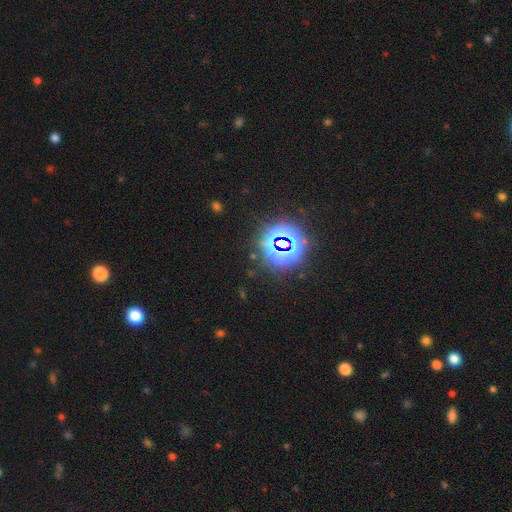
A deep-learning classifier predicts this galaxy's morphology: A star or artifact, not a galaxy (78%).